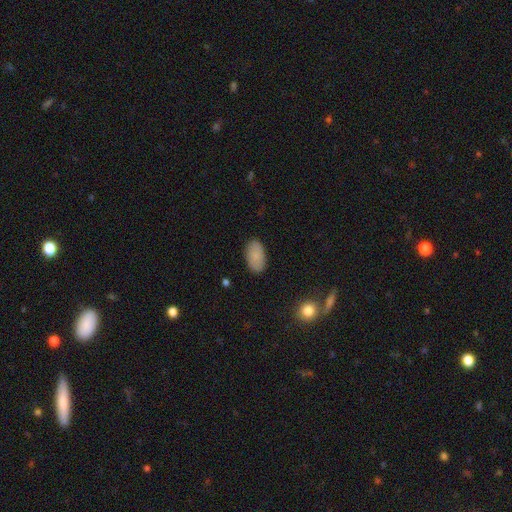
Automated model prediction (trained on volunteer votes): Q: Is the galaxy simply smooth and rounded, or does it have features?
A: smooth — 86%.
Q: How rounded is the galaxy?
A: in between — 95%.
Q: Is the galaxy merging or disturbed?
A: none — 87%.